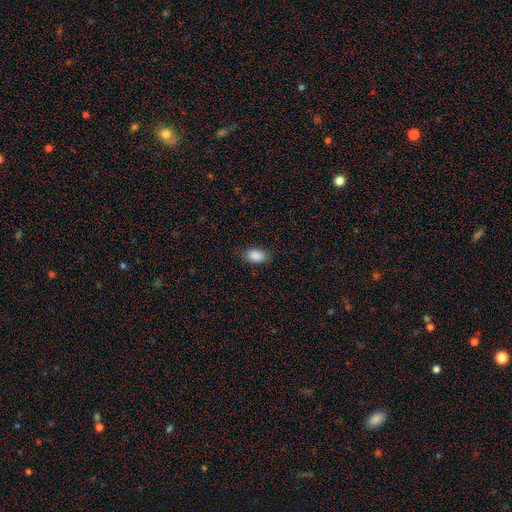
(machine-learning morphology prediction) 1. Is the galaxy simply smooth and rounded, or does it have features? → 89% smooth, 7% star or artifact, 3% featured or disk.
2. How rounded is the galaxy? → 91% in between, 7% round, 2% cigar-shaped.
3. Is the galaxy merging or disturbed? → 83% none, 13% minor disturbance, 3% major disturbance, 1% merger.